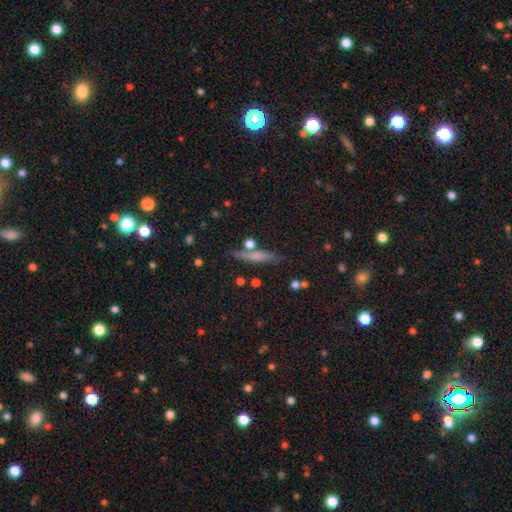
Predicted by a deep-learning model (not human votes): This appears to be a smooth galaxy with no disk features (59%) that is cigar-shaped (85%). Merging: none (77%).